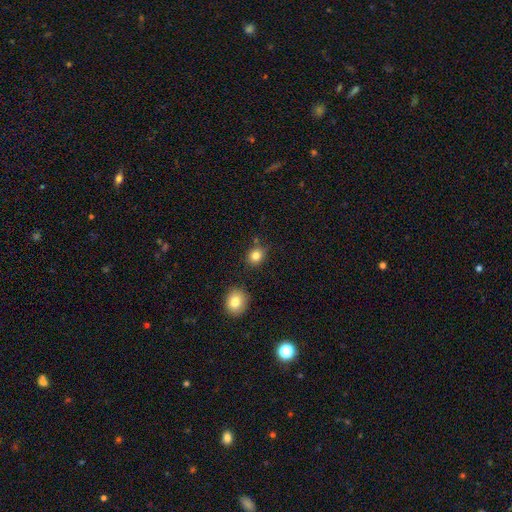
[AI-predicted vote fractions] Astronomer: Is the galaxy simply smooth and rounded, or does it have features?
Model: smooth — 84%.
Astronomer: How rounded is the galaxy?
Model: round — 64%.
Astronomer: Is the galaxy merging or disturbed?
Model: none — 80%.